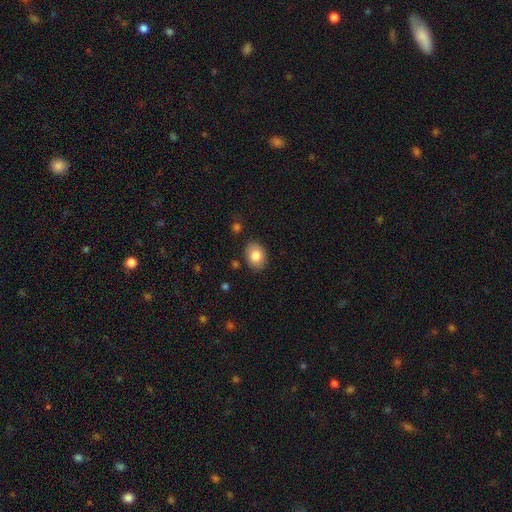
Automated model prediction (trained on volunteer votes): Smooth or featured? smooth (84%)
How rounded? in between (67%)
Merging? none (85%)